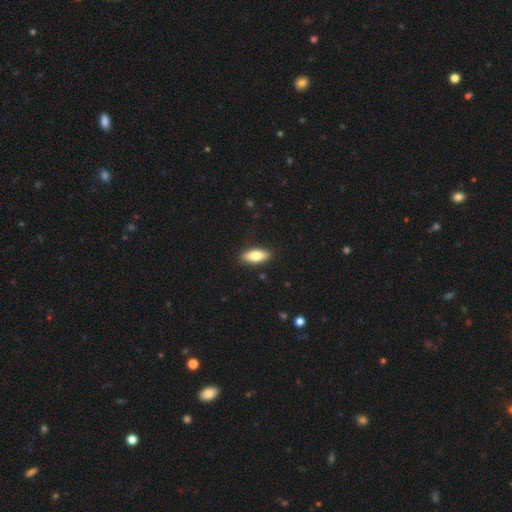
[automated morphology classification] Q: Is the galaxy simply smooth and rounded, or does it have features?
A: smooth — 75%.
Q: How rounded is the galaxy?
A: in between — 75%.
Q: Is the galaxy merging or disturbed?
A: none — 89%.